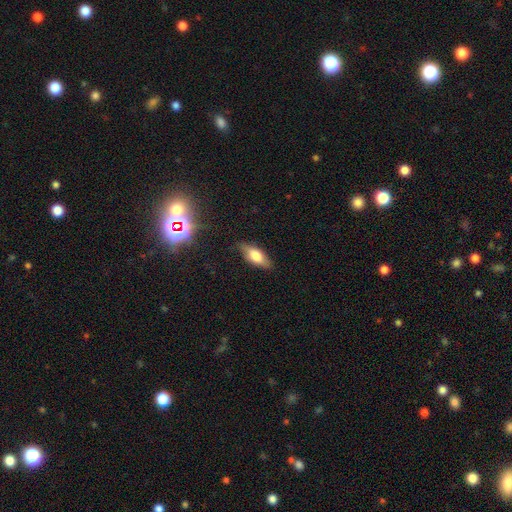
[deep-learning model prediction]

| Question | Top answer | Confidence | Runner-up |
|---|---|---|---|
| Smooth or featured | smooth | 68% | featured or disk (24%) |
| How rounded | in between | 77% | cigar-shaped (21%) |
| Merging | none | 79% | minor disturbance (17%) |